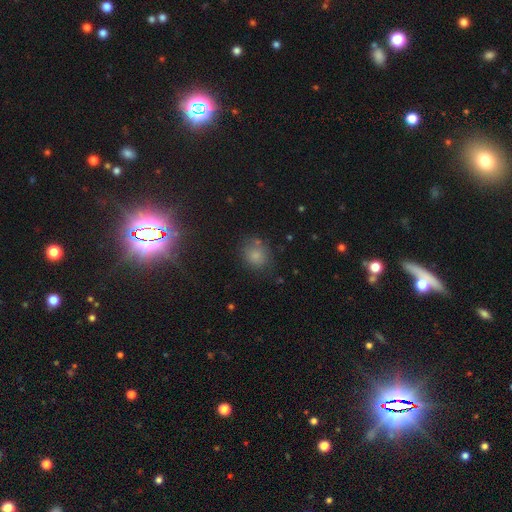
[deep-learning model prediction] Smooth or featured? smooth (80%)
How rounded? round (71%)
Merging? none (71%)